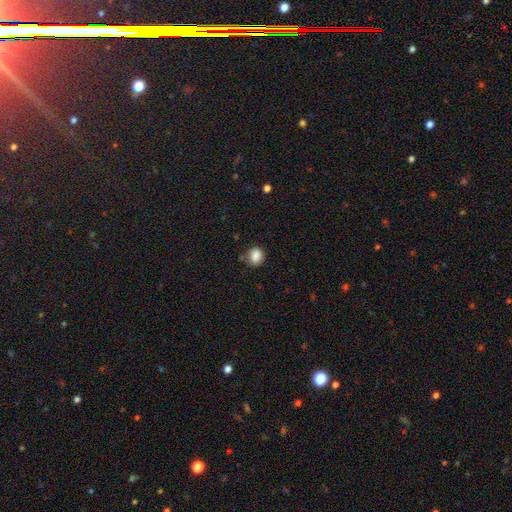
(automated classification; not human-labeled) smooth 86%, star or artifact 9%, featured or disk 5%. Down the decision tree: how rounded — round (61%); merging — none (72%).